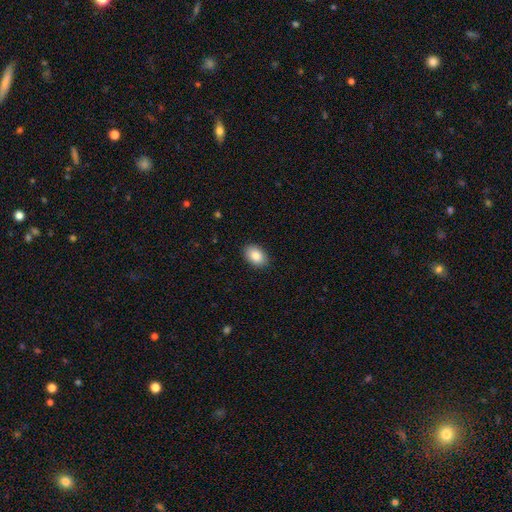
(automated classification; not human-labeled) This is clearly a smooth galaxy (85%). How rounded: clearly in between (84%). Merging: clearly none (89%).